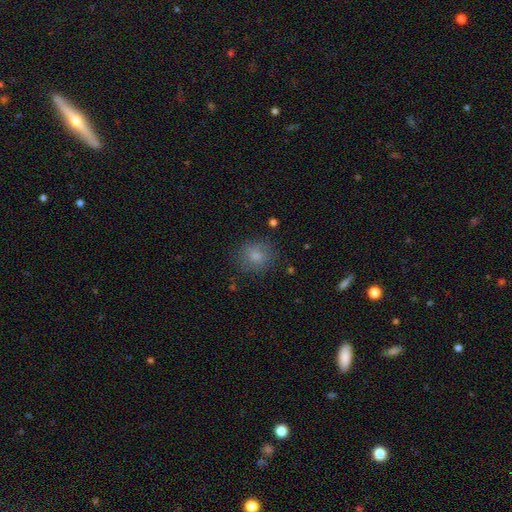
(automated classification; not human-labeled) smooth-or-featured: smooth: 78% | featured or disk: 11% | star or artifact: 10%
  how-rounded: round: 70% | in between: 29% | cigar-shaped: 1%
  merging: none: 77% | minor disturbance: 15% | major disturbance: 6% | merger: 2%